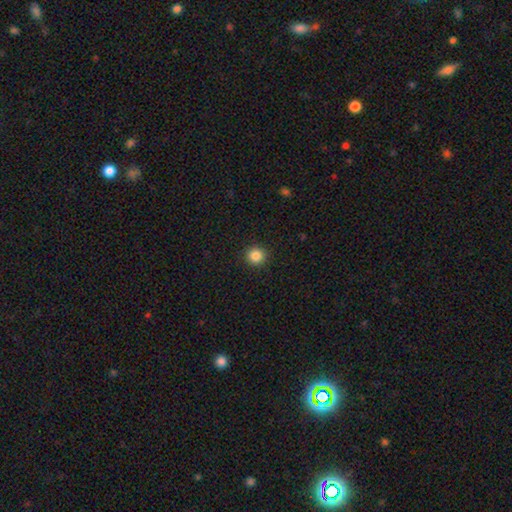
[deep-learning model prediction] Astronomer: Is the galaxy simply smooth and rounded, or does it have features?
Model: smooth — 86%.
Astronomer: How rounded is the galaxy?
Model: round — 94%.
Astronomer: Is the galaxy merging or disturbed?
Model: none — 92%.